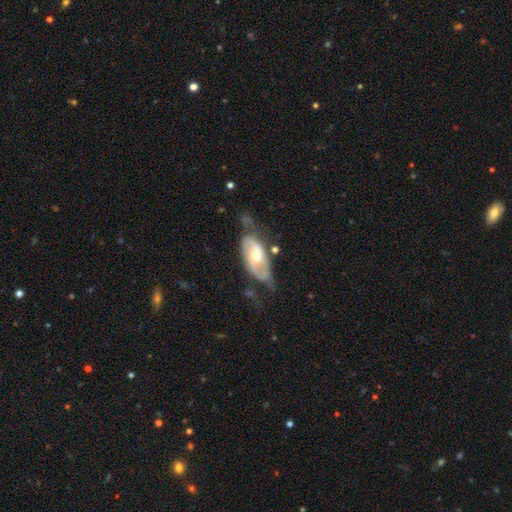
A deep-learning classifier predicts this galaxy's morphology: Q: Smooth or featured?
A: featured or disk (59%); runner-up: smooth (36%)
Q: Edge-on disk?
A: no (87%); runner-up: yes (13%)
Q: Bar?
A: no (53%); runner-up: weak (34%)
Q: Spiral arms?
A: yes (63%); runner-up: no (37%)
Q: Bulge size?
A: moderate (69%); runner-up: small (18%)
Q: Merging?
A: none (42%); runner-up: minor disturbance (34%)